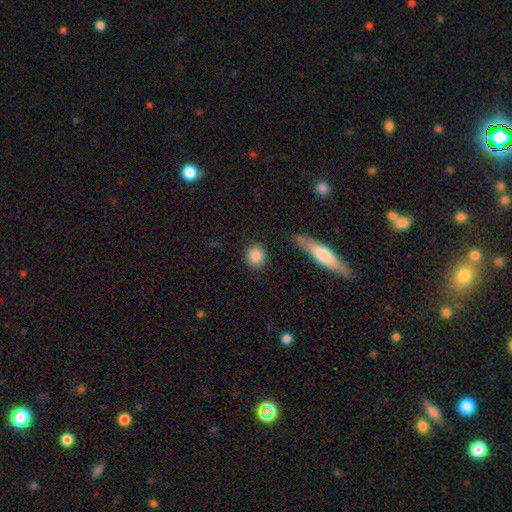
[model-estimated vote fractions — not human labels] A smooth galaxy with no disk features (86%) that is round (79%). Merging: none (86%).